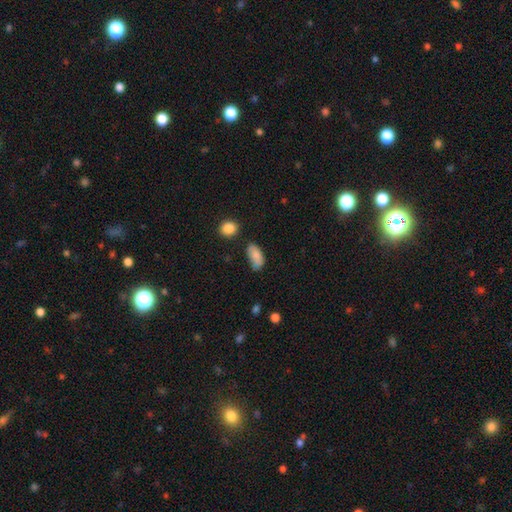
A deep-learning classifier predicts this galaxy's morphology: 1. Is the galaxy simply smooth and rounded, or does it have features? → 84% smooth, 8% star or artifact, 8% featured or disk.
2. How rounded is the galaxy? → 91% in between, 6% cigar-shaped, 4% round.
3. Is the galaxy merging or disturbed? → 50% none, 35% minor disturbance, 9% major disturbance, 5% merger.